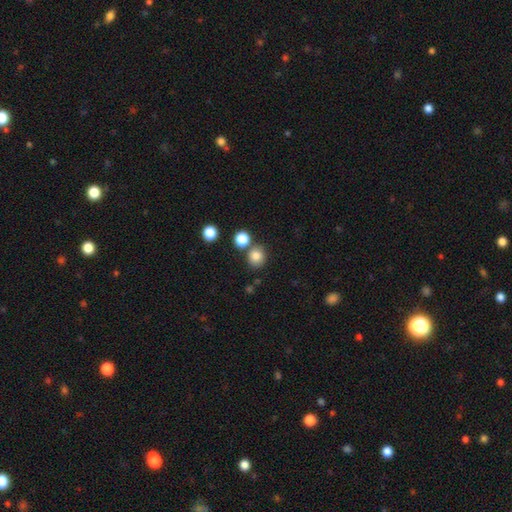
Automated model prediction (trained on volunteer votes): Smooth or featured? smooth (82%)
How rounded? round (85%)
Merging? none (73%)